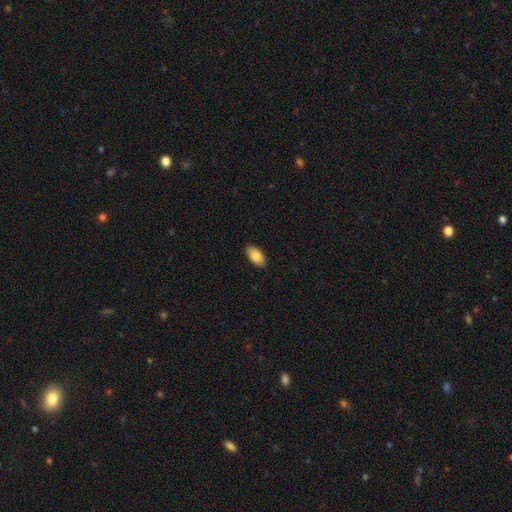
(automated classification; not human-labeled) A smooth galaxy with no disk features (84%) that is in between round and cigar-shaped (93%).

Vote fractions:
- Smooth or featured? smooth: 84% / featured or disk: 9% / star or artifact: 6%
- How rounded? in between: 93% / cigar-shaped: 4% / round: 3%
- Merging? none: 90% / minor disturbance: 8% / major disturbance: 2% / merger: 1%